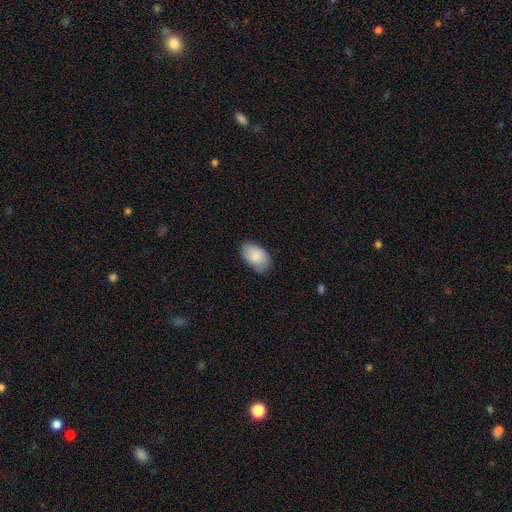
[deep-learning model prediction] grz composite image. It shows a smooth galaxy with no disk features (88%) that is in between round and cigar-shaped (93%). Merging: none (77%).